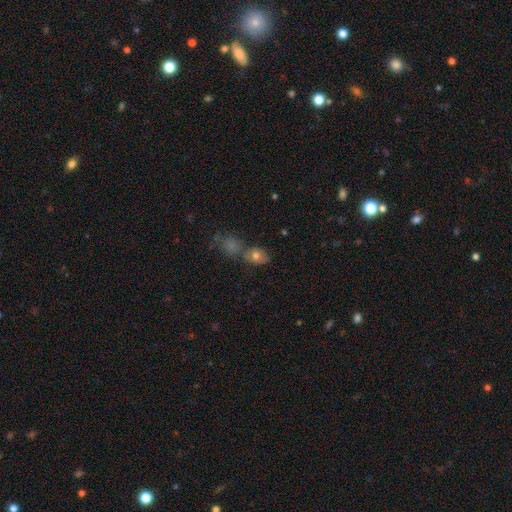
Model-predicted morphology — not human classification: This appears to be a smooth galaxy with no disk features (54%) that is round (51%). Merging: none (49%).